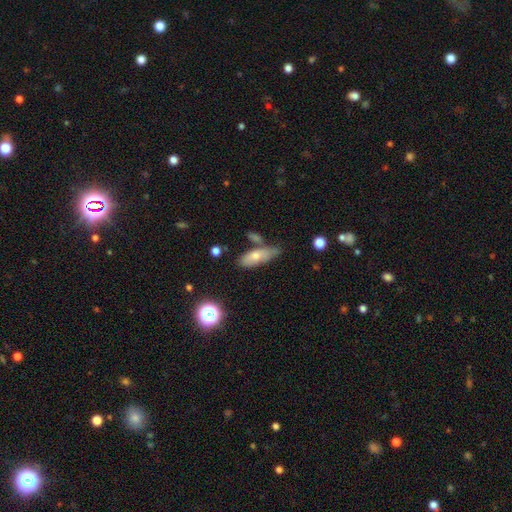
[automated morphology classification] smooth_or_featured: smooth (p=0.63) [alt: featured or disk p=0.26]
how_rounded: in between (p=0.66) [alt: cigar-shaped p=0.30]
merging: none (p=0.58) [alt: minor disturbance p=0.23]